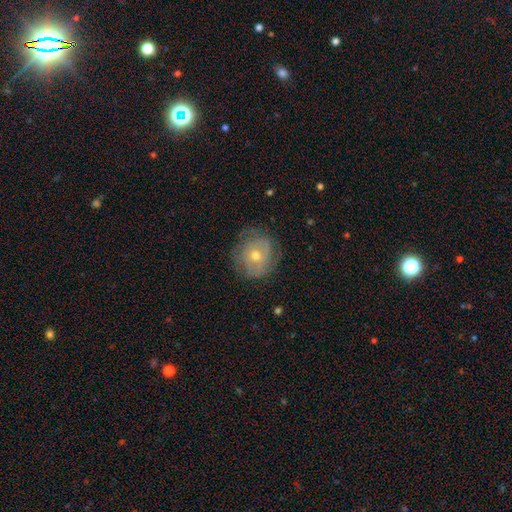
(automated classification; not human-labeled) smooth_or_featured: featured or disk (p=0.55) [alt: smooth p=0.36]
disk_edge_on: no (p=0.96) [alt: yes p=0.04]
bar: no (p=0.82) [alt: weak p=0.14]
has_spiral_arms: yes (p=0.63) [alt: no p=0.37]
bulge_size: moderate (p=0.61) [alt: small p=0.35]
merging: none (p=0.72) [alt: minor disturbance p=0.19]